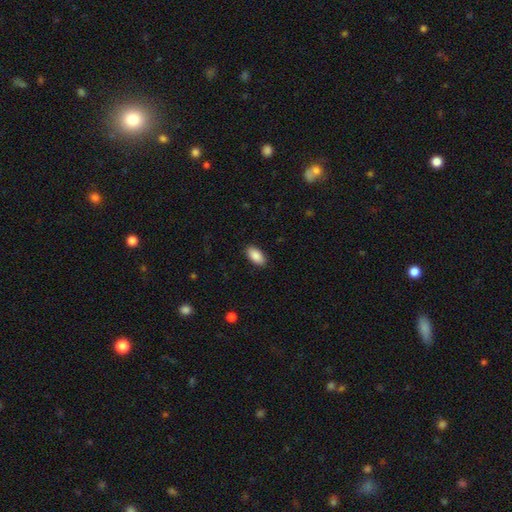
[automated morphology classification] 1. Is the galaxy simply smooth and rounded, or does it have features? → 89% smooth, 6% star or artifact, 5% featured or disk.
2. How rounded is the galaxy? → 93% in between, 4% cigar-shaped, 2% round.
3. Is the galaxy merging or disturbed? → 89% none, 8% minor disturbance, 2% major disturbance, 1% merger.